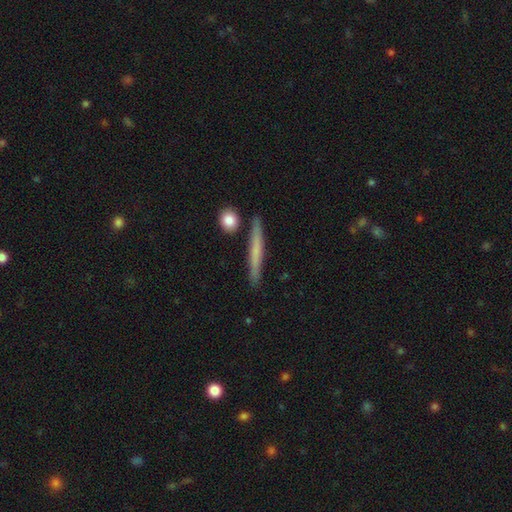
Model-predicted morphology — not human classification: smooth-or-featured: smooth: 55% | featured or disk: 39% | star or artifact: 6%
  how-rounded: cigar-shaped: 95% | in between: 3% | round: 2%
  merging: none: 87% | minor disturbance: 8% | merger: 3% | major disturbance: 2%